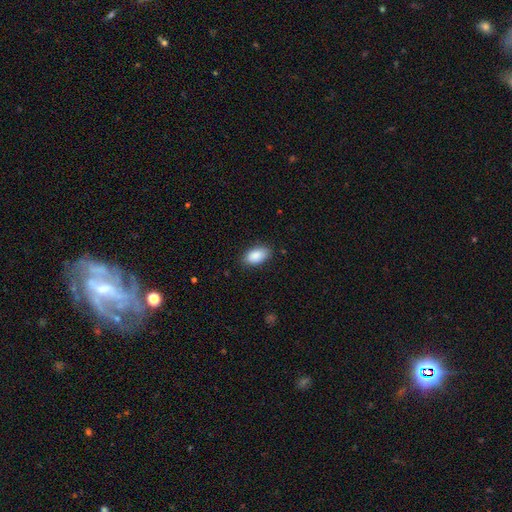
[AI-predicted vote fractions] Smooth or featured?
  - smooth: 89% *
  - star or artifact: 7%
  - featured or disk: 4%
How rounded?
  - in between: 93% *
  - round: 5%
  - cigar-shaped: 2%
Merging?
  - none: 84% *
  - minor disturbance: 12%
  - major disturbance: 3%
  - merger: 1%